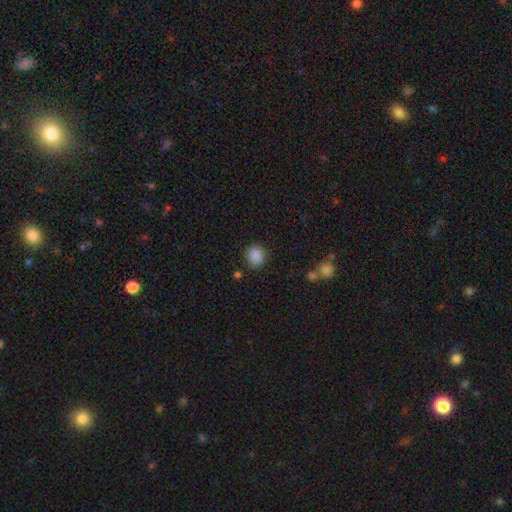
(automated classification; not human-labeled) Smooth or featured? smooth (87%)
How rounded? round (79%)
Merging? none (85%)